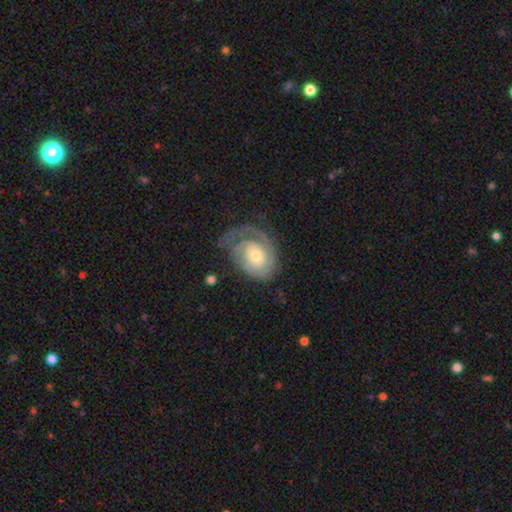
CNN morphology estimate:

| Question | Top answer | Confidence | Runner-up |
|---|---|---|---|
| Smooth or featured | featured or disk | 84% | smooth (12%) |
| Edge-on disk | no | 97% | yes (3%) |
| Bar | no | 76% | weak (20%) |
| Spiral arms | yes | 94% | no (6%) |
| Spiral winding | tight | 69% | medium (23%) |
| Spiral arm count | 2 | 36% | 1 (29%) |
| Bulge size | moderate | 54% | small (40%) |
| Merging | none | 59% | minor disturbance (22%) |